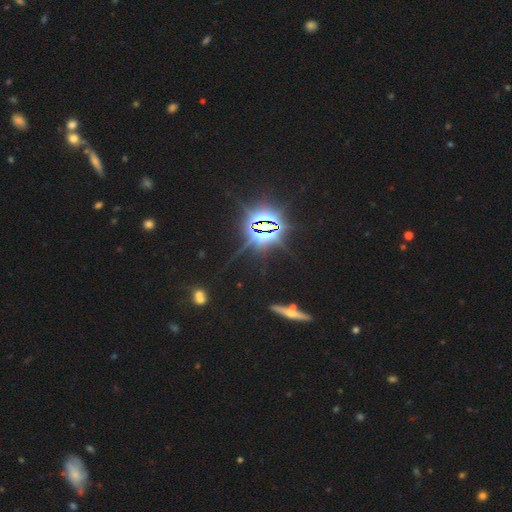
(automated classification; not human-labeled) A star or artifact, not a galaxy (70%).